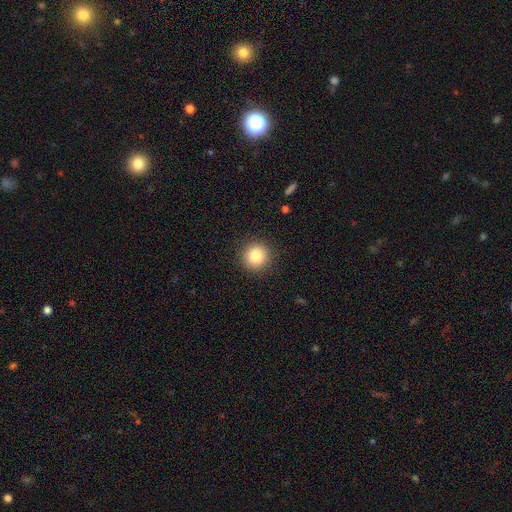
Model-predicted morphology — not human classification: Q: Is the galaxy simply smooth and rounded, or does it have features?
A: smooth — 83%.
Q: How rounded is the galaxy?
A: round — 95%.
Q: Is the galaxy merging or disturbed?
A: none — 91%.